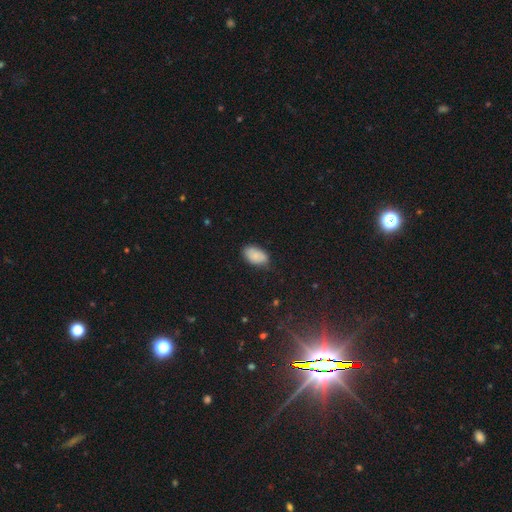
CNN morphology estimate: smooth-or-featured: smooth: 84% | featured or disk: 8% | star or artifact: 8%
  how-rounded: in between: 94% | round: 5% | cigar-shaped: 2%
  merging: none: 72% | minor disturbance: 23% | major disturbance: 4% | merger: 2%